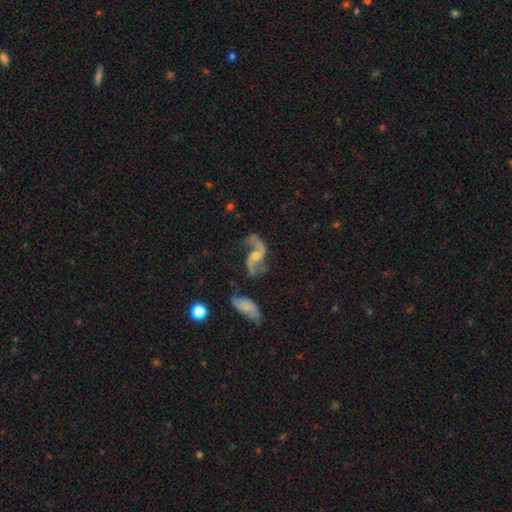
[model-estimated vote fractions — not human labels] Smooth or featured? featured or disk (88%)
Edge-on disk? no (97%)
Bar? no (54%)
Spiral arms? yes (95%)
Spiral winding? loose (77%)
Spiral arm count? 2 (92%)
Bulge size? small (47%)
Merging? none (59%)